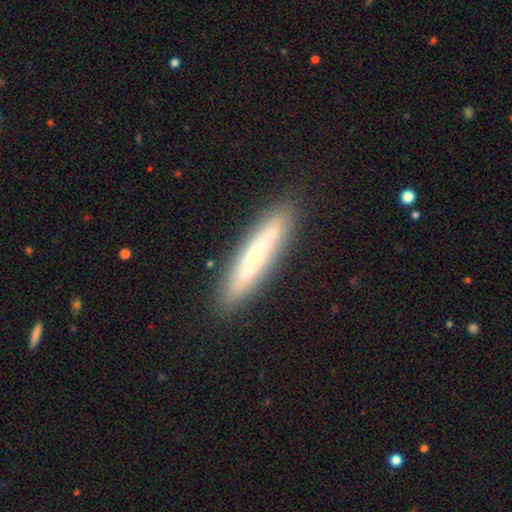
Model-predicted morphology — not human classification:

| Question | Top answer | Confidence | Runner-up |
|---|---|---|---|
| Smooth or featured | smooth | 55% | featured or disk (36%) |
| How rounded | cigar-shaped | 88% | in between (10%) |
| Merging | none | 86% | minor disturbance (10%) |